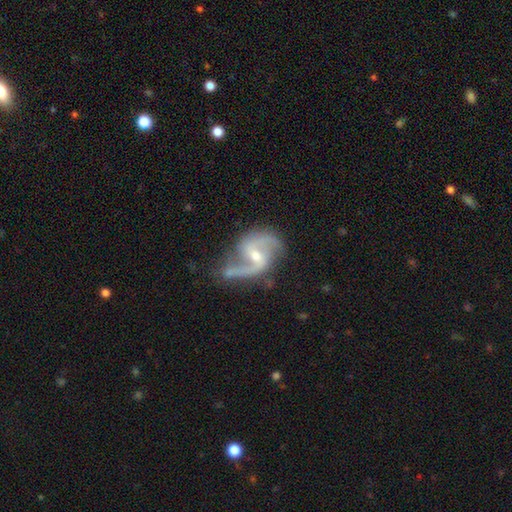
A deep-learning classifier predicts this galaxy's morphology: featured or disk 90%, star or artifact 5%, smooth 5%. Down the decision tree: edge-on disk — no (98%); bar — weak (51%); spiral arms — yes (97%); spiral arm count — 2 (91%); spiral winding — loose (49%); bulge size — small (52%); merging — none (59%).